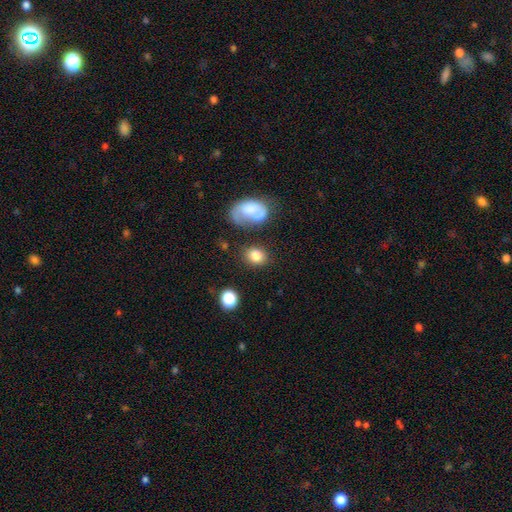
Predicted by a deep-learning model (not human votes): A smooth galaxy with no disk features (82%) that is round (51%).

Vote fractions:
- Smooth or featured? smooth: 82% / star or artifact: 10% / featured or disk: 8%
- How rounded? round: 51% / in between: 47% / cigar-shaped: 1%
- Merging? none: 77% / minor disturbance: 12% / merger: 5% / major disturbance: 5%